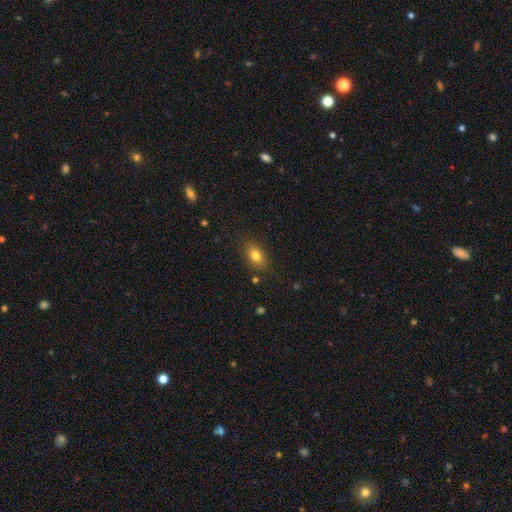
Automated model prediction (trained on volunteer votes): This appears to be a smooth galaxy with no disk features (81%) that is in between round and cigar-shaped (81%). Merging: none (82%).